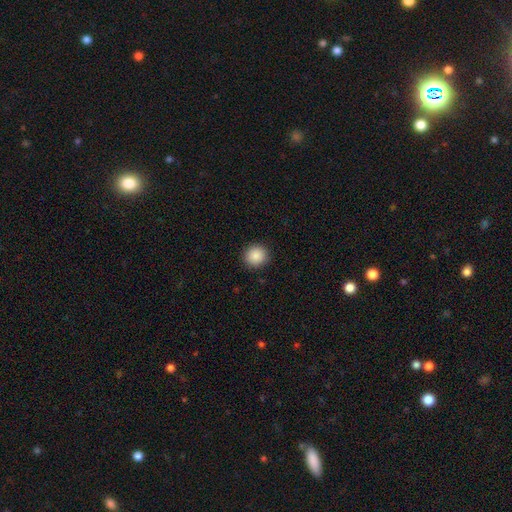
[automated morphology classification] Smooth or featured?
  - smooth: 88% *
  - star or artifact: 9%
  - featured or disk: 3%
How rounded?
  - round: 91% *
  - in between: 8%
  - cigar-shaped: 1%
Merging?
  - none: 91% *
  - minor disturbance: 6%
  - major disturbance: 2%
  - merger: 1%